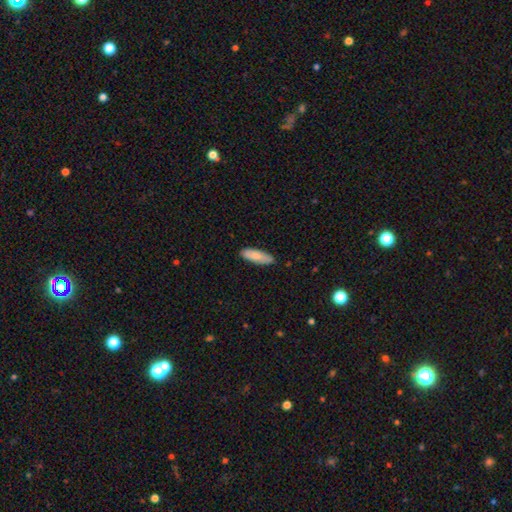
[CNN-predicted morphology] type=smooth (82%); roundness=in between (56%); merging=none (86%).